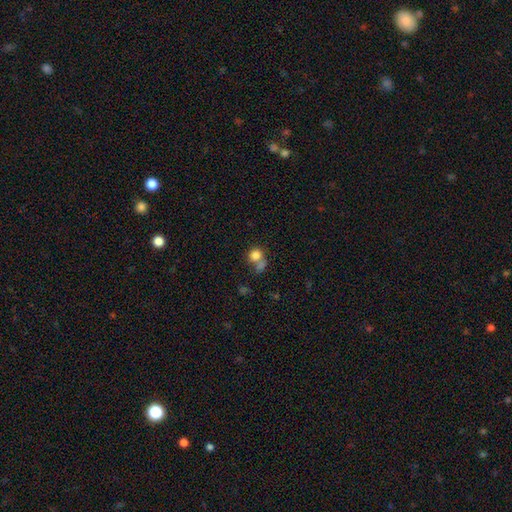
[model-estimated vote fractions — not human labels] A smooth galaxy with no disk features (81%) that is round (79%).

Vote fractions:
- Smooth or featured? smooth: 81% / star or artifact: 11% / featured or disk: 8%
- How rounded? round: 79% / in between: 20% / cigar-shaped: 1%
- Merging? none: 44% / merger: 39% / minor disturbance: 11% / major disturbance: 7%